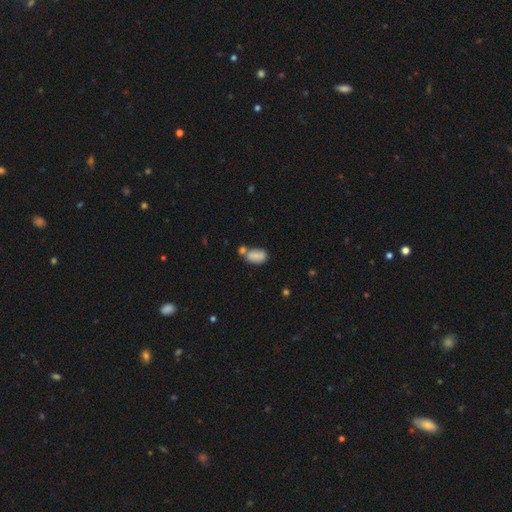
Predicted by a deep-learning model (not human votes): Overall: smooth (79%). How rounded: in between (90%). Merging: none (40%; merger 39%).